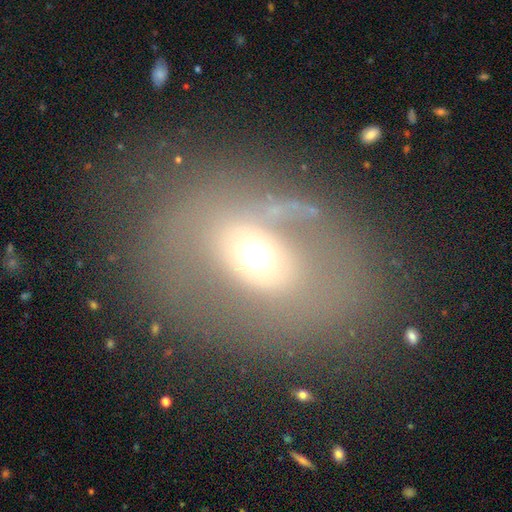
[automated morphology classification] Overall: featured or disk (43%; smooth 42%). Merging: none (55%; major disturbance 22%).